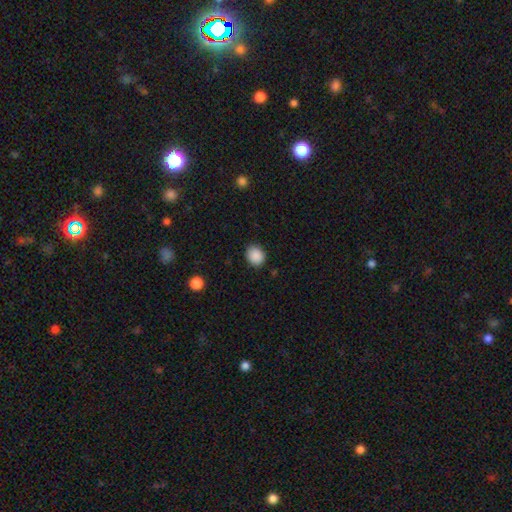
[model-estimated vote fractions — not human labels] A smooth galaxy with no disk features (89%) that is round (68%). Merging: none (88%).